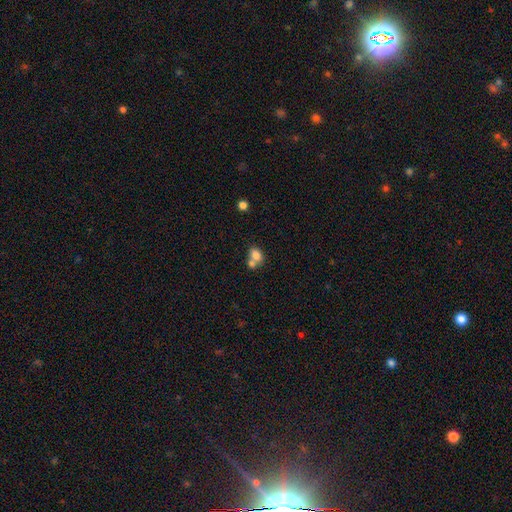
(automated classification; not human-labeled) Q: Smooth or featured?
A: smooth (77%); runner-up: featured or disk (13%)
Q: How rounded?
A: in between (69%); runner-up: round (30%)
Q: Merging?
A: merger (54%); runner-up: none (33%)